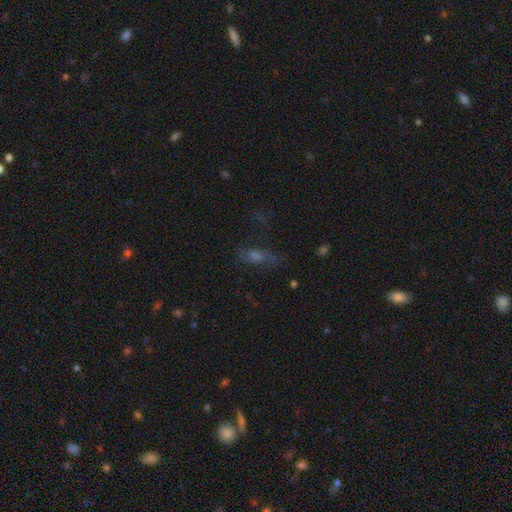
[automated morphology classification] type=smooth (34%); merging=none (61%).